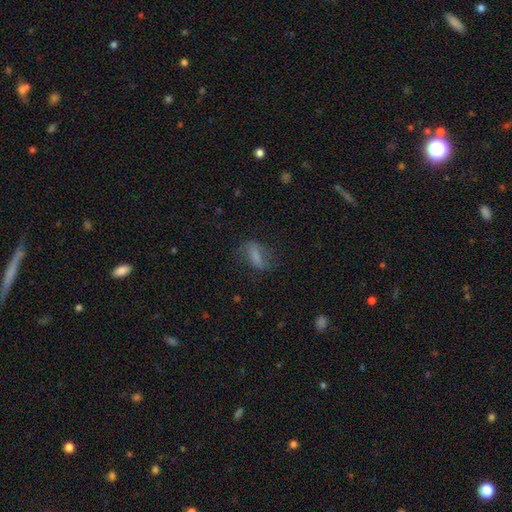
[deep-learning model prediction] A smooth galaxy with no disk features (60%) that is in between round and cigar-shaped (73%). Merging: none (60%).